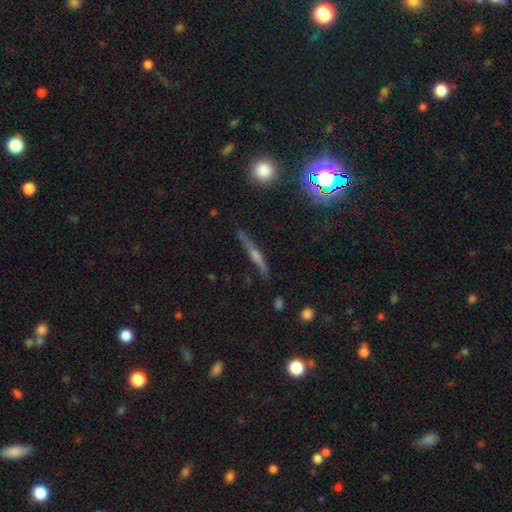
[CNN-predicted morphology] smooth-or-featured: featured or disk: 67% | smooth: 20% | star or artifact: 13%
  disk-edge-on: yes: 95% | no: 5%
    edge-on-bulge: rounded: 74% | none: 15% | boxy: 11%
  merging: none: 86% | minor disturbance: 10% | major disturbance: 2% | merger: 2%